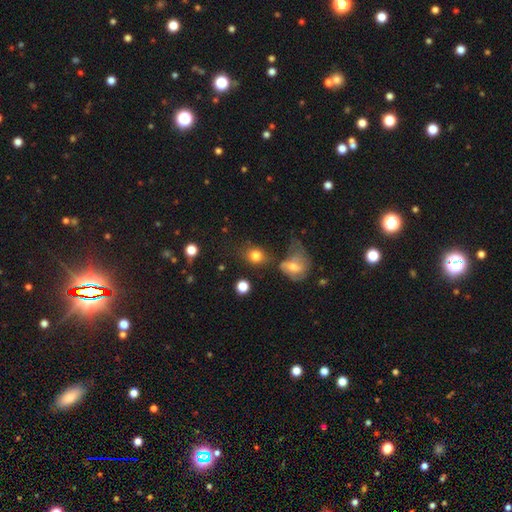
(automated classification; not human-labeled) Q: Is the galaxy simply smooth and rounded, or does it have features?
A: smooth — 79%.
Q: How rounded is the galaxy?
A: round — 60%.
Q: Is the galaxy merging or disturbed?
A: none — 54%.